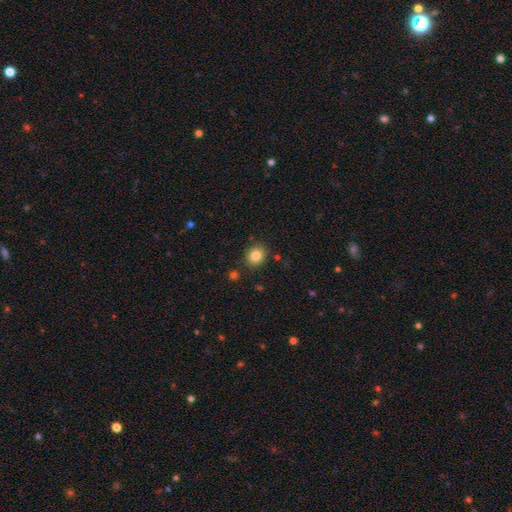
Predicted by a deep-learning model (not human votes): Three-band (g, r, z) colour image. It shows a smooth galaxy with no disk features (84%) that is round (73%). Merging: none (87%).